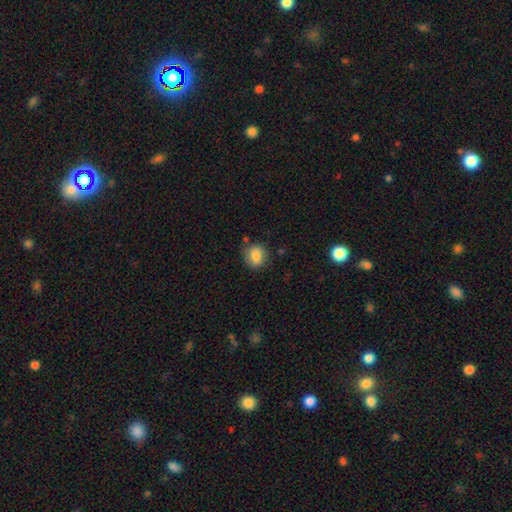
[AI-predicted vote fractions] Smooth or featured: smooth — 83% (star or artifact — 8%)
How rounded: round — 63% (in between — 36%)
Merging: none — 72% (minor disturbance — 19%)